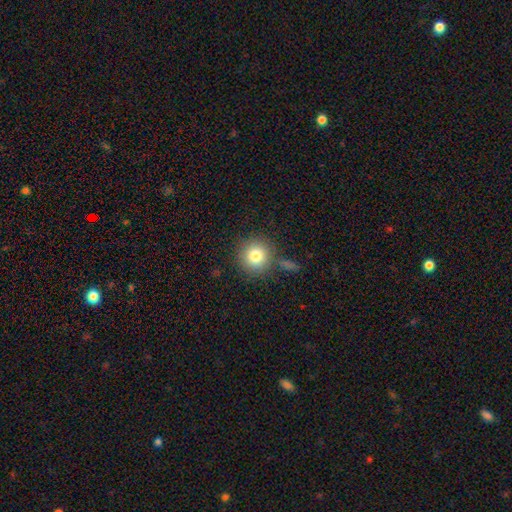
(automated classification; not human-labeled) A smooth galaxy with no disk features (81%) that is round (93%).

Vote fractions:
- Smooth or featured? smooth: 81% / star or artifact: 10% / featured or disk: 9%
- How rounded? round: 93% / in between: 6% / cigar-shaped: 1%
- Merging? none: 79% / minor disturbance: 10% / merger: 8% / major disturbance: 4%